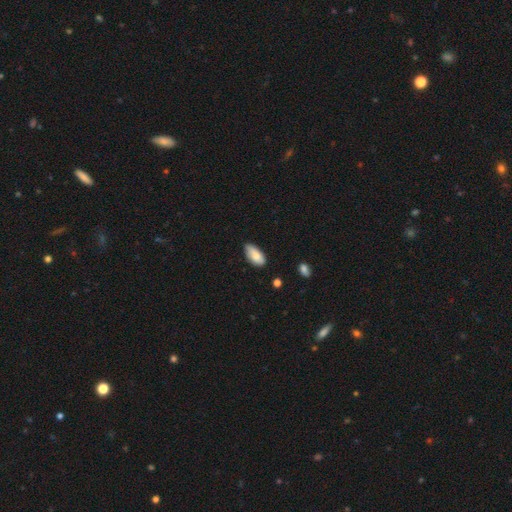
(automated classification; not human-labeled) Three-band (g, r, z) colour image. It shows a smooth galaxy with no disk features (80%) that is in between round and cigar-shaped (92%). Merging: none (69%).